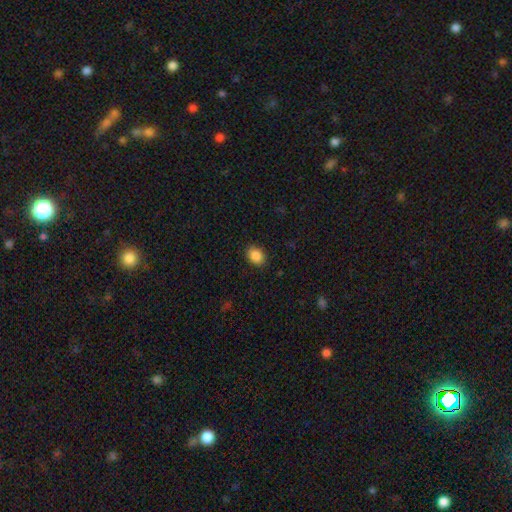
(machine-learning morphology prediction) smooth-or-featured: smooth: 87% | star or artifact: 9% | featured or disk: 4%
  how-rounded: in between: 65% | round: 34% | cigar-shaped: 1%
  merging: none: 88% | minor disturbance: 8% | major disturbance: 2% | merger: 1%